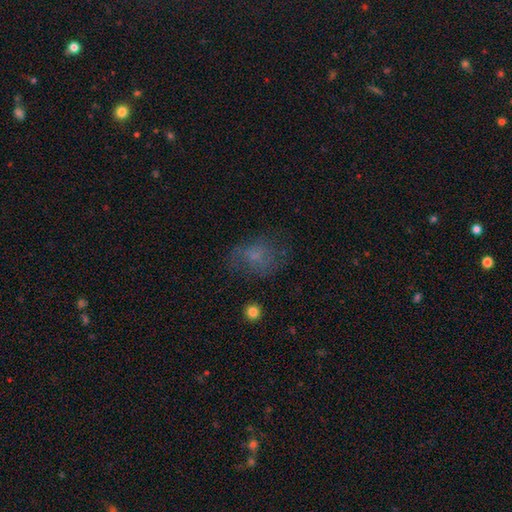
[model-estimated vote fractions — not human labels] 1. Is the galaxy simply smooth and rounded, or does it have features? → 51% smooth, 32% featured or disk, 16% star or artifact.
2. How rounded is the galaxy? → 62% in between, 36% round, 2% cigar-shaped.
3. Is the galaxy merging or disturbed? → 55% none, 22% minor disturbance, 20% major disturbance, 2% merger.